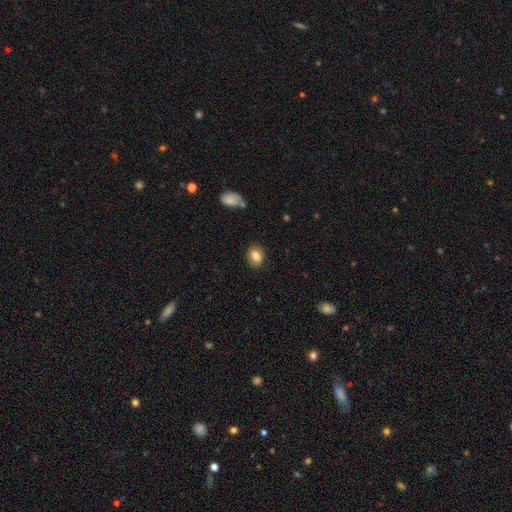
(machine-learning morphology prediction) The model was most divided on "how rounded": in between: 66%, round: 33%, cigar-shaped: 1%. More confident: merging — none (85%); smooth or featured — smooth (82%).